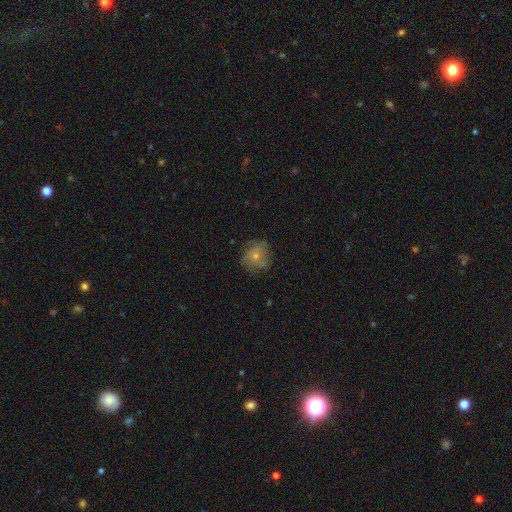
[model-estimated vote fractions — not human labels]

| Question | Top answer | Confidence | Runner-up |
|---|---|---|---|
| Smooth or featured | smooth | 51% | featured or disk (39%) |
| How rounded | round | 77% | in between (22%) |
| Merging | none | 65% | minor disturbance (23%) |